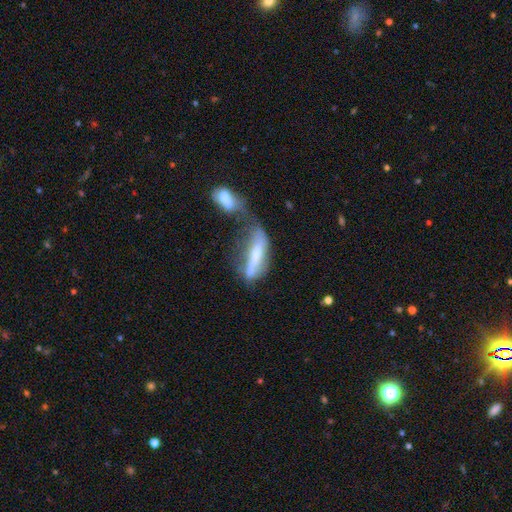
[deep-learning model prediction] Smooth or featured? featured or disk (48%)
Merging? merger (56%)